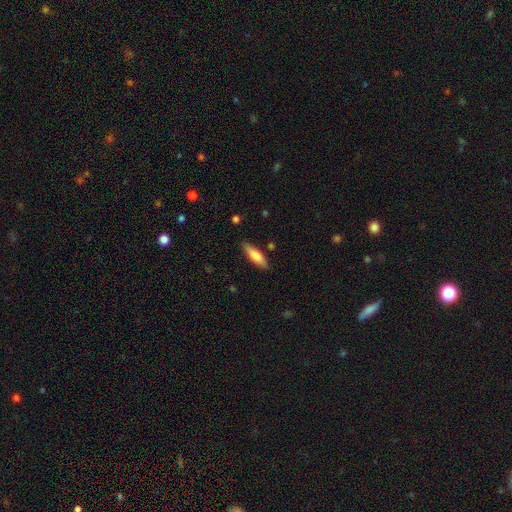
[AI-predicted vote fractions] smooth 78%, featured or disk 16%, star or artifact 6%. Down the decision tree: how rounded — cigar-shaped (56%); merging — none (85%).